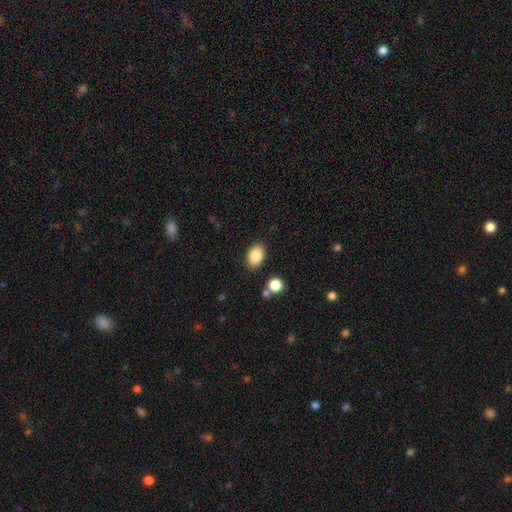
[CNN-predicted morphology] smooth-or-featured: smooth: 85% | star or artifact: 8% | featured or disk: 7%
  how-rounded: in between: 87% | round: 11% | cigar-shaped: 1%
  merging: none: 85% | minor disturbance: 9% | merger: 3% | major disturbance: 2%